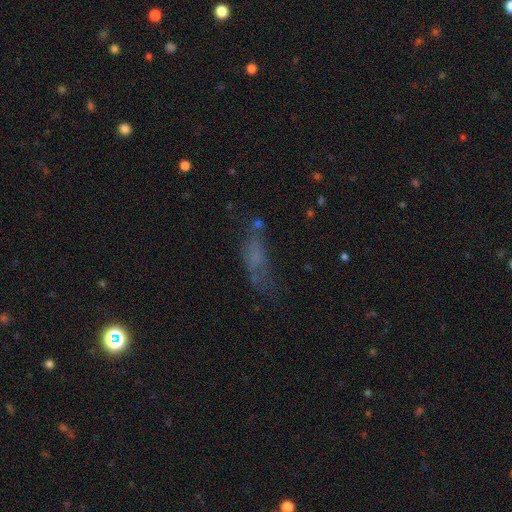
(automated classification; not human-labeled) smooth_or_featured: smooth (p=0.52) [alt: featured or disk p=0.29]
how_rounded: in between (p=0.53) [alt: cigar-shaped p=0.43]
merging: none (p=0.43) [alt: major disturbance p=0.26]